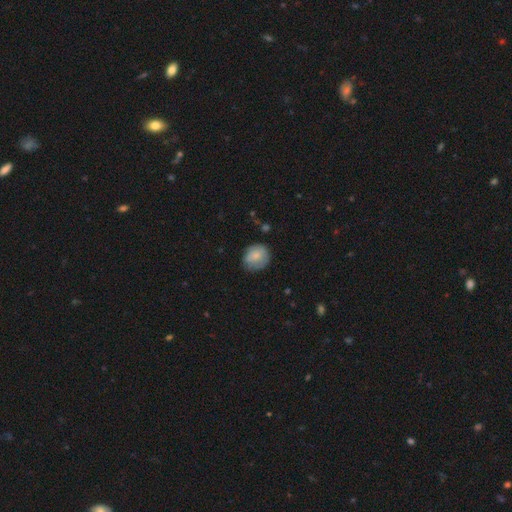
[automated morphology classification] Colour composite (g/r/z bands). It shows a smooth galaxy with no disk features (77%) that is round (67%). Merging: none (64%).